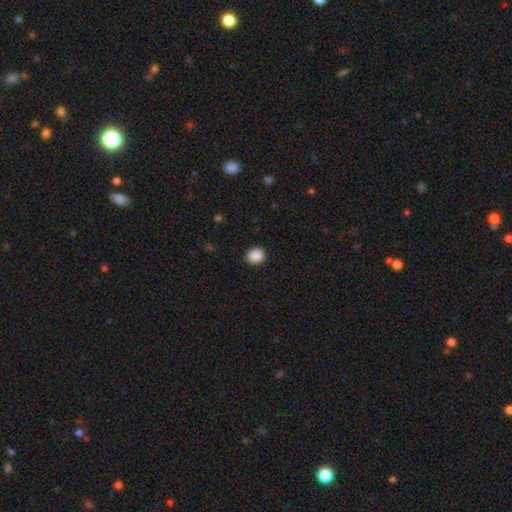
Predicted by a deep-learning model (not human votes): smooth 89%, star or artifact 9%, featured or disk 2%. Down the decision tree: how rounded — round (76%); merging — none (91%).